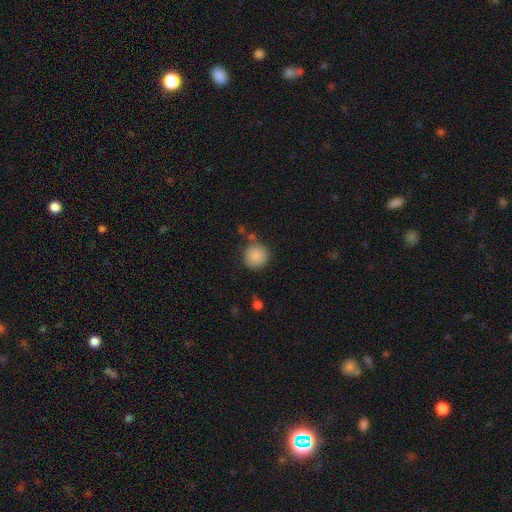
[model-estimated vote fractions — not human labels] Smooth or featured? smooth (87%)
How rounded? round (93%)
Merging? none (78%)